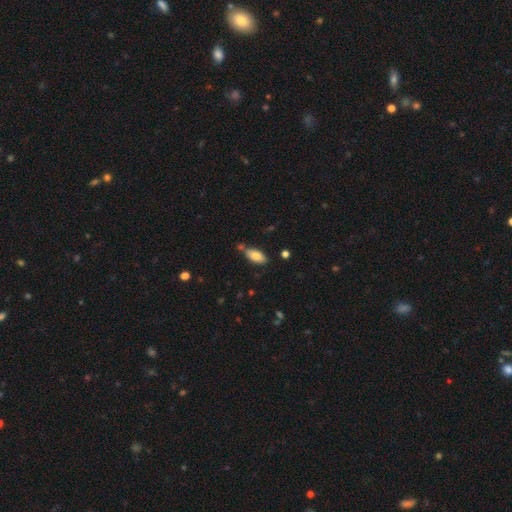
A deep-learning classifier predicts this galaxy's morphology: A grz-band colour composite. It shows a smooth galaxy with no disk features (83%) that is in between round and cigar-shaped (88%). Merging: none (69%).